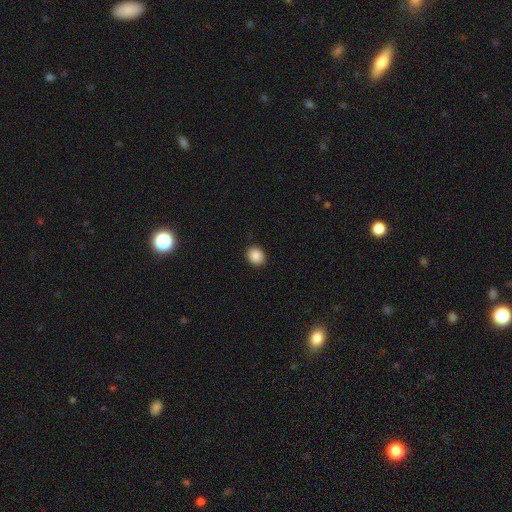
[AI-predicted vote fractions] Q: Smooth or featured?
A: smooth (89%); runner-up: star or artifact (9%)
Q: How rounded?
A: round (63%); runner-up: in between (36%)
Q: Merging?
A: none (90%); runner-up: minor disturbance (7%)